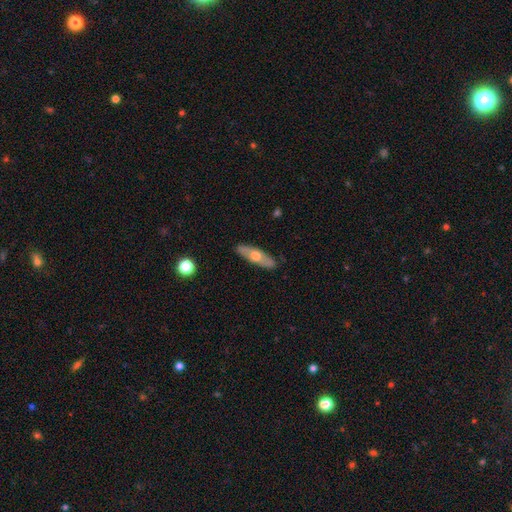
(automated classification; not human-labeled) Smooth or featured: featured or disk — 49% (smooth — 45%)
Merging: none — 88% (minor disturbance — 9%)